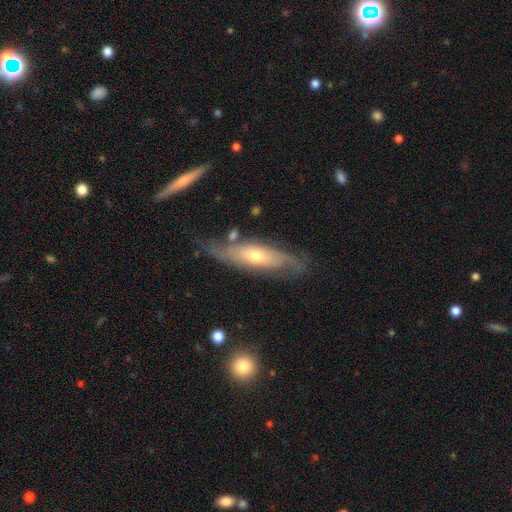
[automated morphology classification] This is likely a featured or disk galaxy (62%). It is possibly not viewed edge-on (59%). Merging: likely none (63%).